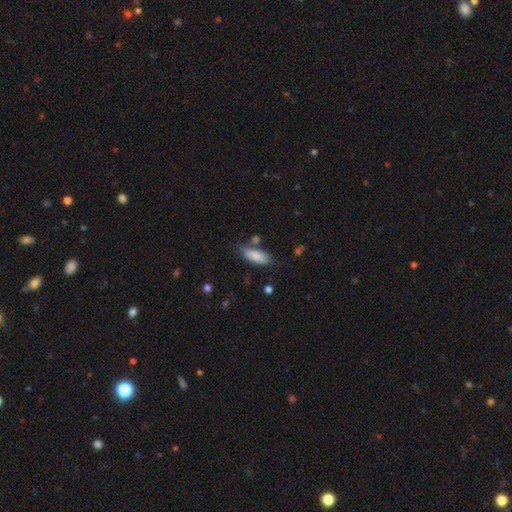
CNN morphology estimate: Overall: smooth (85%). How rounded: in between (69%; cigar-shaped 29%). Merging: none (71%).